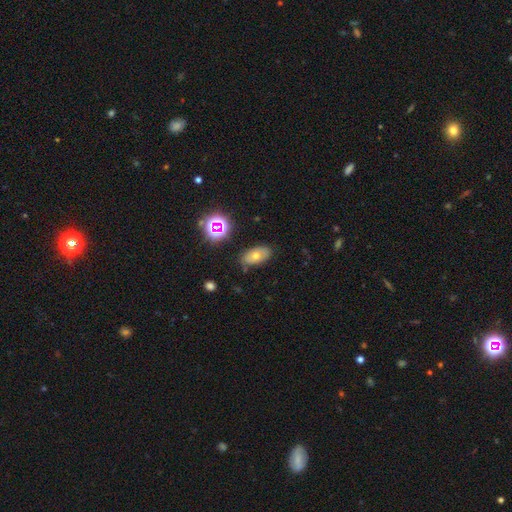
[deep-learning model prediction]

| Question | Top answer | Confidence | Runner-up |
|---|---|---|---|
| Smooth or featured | smooth | 57% | featured or disk (26%) |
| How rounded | in between | 89% | round (8%) |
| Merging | none | 78% | minor disturbance (16%) |